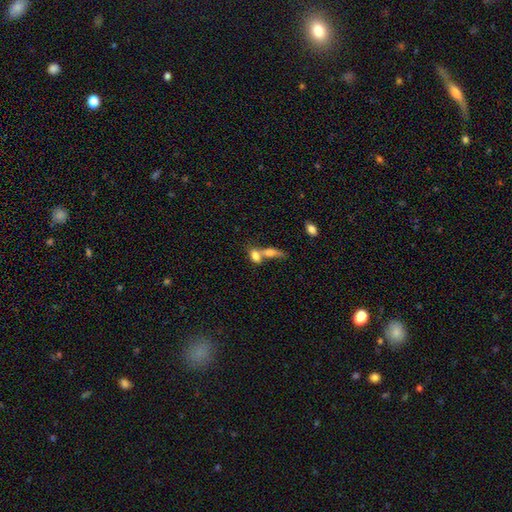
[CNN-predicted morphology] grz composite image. It shows a smooth galaxy with no disk features (74%) that is in between round and cigar-shaped (75%). Merging: merger (67%).